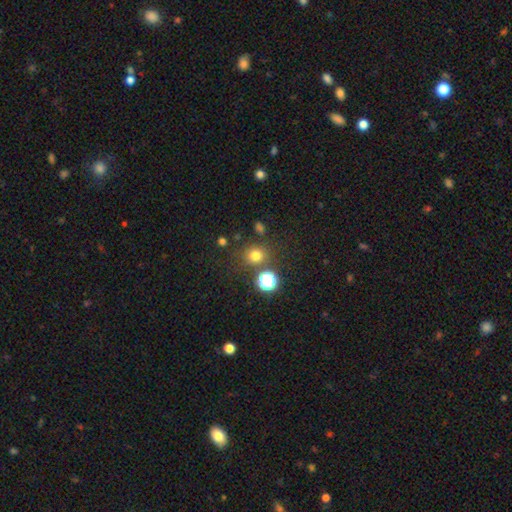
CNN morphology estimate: Overall: smooth (73%). How rounded: round (85%). Merging: none (79%).